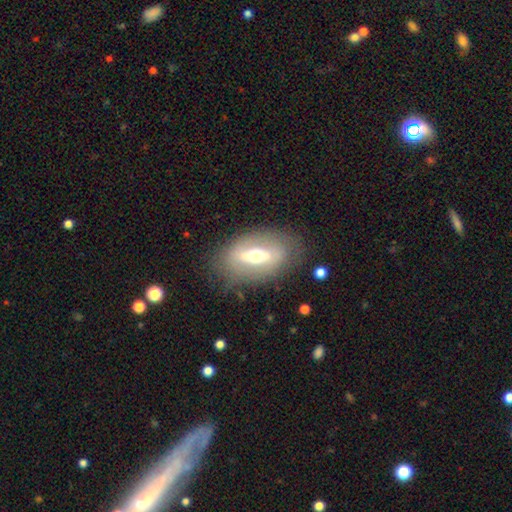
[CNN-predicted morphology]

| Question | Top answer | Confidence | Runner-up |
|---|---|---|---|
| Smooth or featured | featured or disk | 59% | smooth (34%) |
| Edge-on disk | no | 77% | yes (23%) |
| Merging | none | 76% | minor disturbance (14%) |